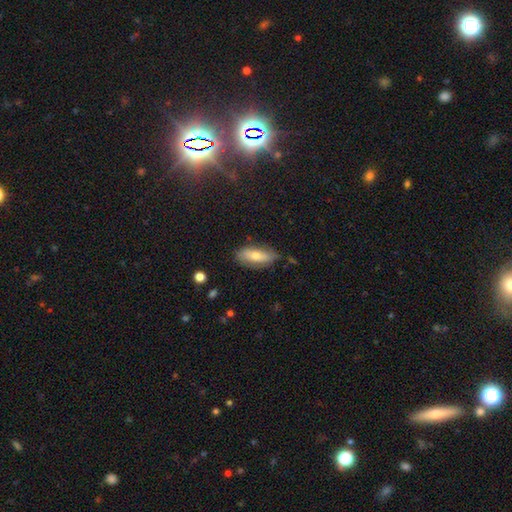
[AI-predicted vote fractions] The model was most divided on "smooth or featured": smooth: 65%, featured or disk: 28%, star or artifact: 8%. More confident: how rounded — in between (75%); merging — none (74%).